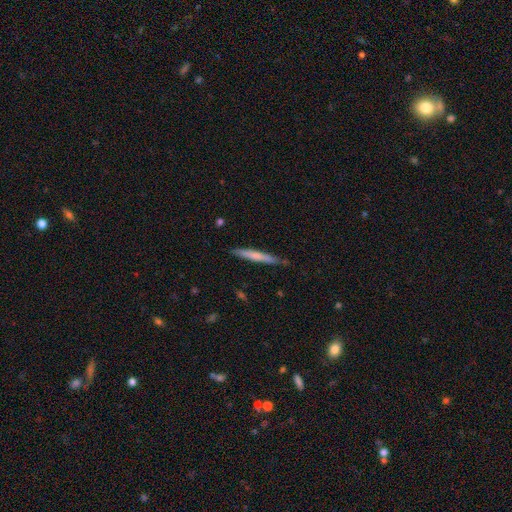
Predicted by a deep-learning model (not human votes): smooth 60%, featured or disk 34%, star or artifact 6%. Down the decision tree: how rounded — cigar-shaped (96%); merging — none (84%).